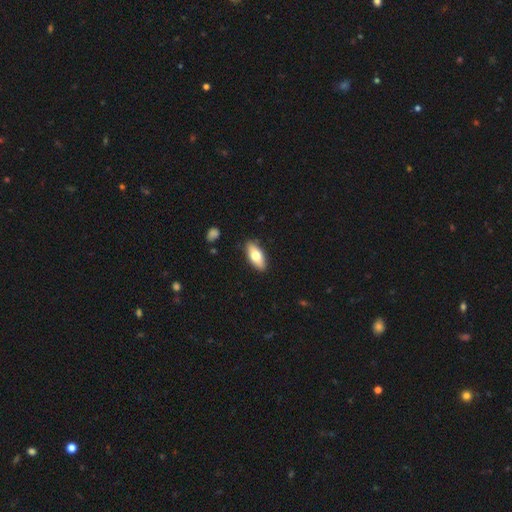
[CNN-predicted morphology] This appears to be a smooth galaxy with no disk features (71%) that is in between round and cigar-shaped (82%). Merging: none (89%).